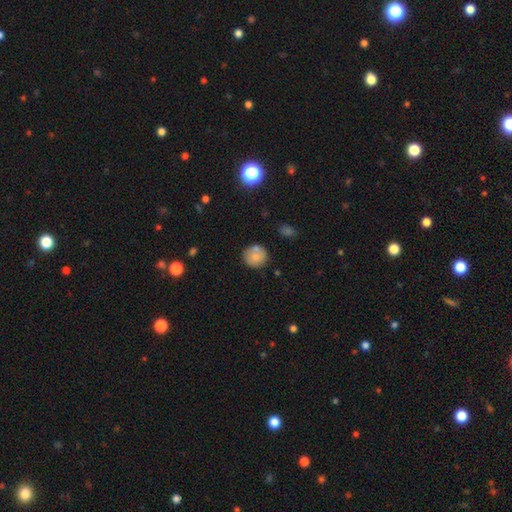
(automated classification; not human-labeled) Q: Smooth or featured?
A: smooth (79%); runner-up: featured or disk (11%)
Q: How rounded?
A: round (89%); runner-up: in between (10%)
Q: Merging?
A: none (70%); runner-up: minor disturbance (14%)